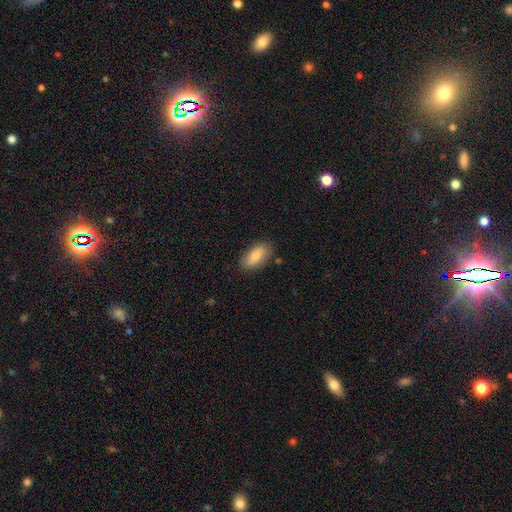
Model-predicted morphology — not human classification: Smooth or featured?
  - smooth: 80% *
  - featured or disk: 14%
  - star or artifact: 6%
How rounded?
  - in between: 90% *
  - cigar-shaped: 7%
  - round: 3%
Merging?
  - none: 83% *
  - minor disturbance: 13%
  - major disturbance: 3%
  - merger: 2%